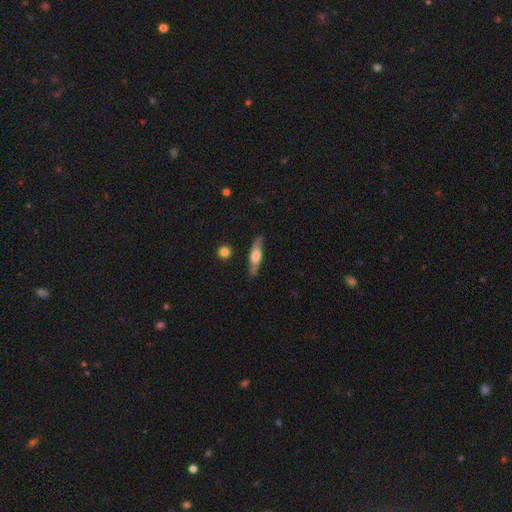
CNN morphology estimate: This appears to be a featured or disk galaxy (50%). Merging: none (81%).